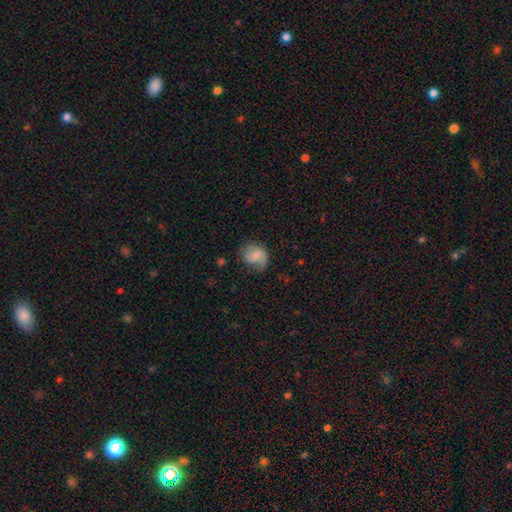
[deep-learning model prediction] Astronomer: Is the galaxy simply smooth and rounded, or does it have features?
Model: smooth — 46%, tied with featured or disk at 46%.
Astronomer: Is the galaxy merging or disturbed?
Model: none — 57%.